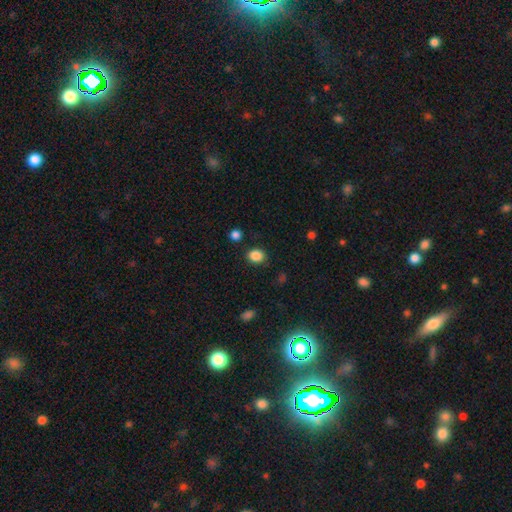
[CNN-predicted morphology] smooth_or_featured: smooth (p=0.86) [alt: star or artifact p=0.10]
how_rounded: round (p=0.53) [alt: in between p=0.46]
merging: none (p=0.85) [alt: minor disturbance p=0.09]